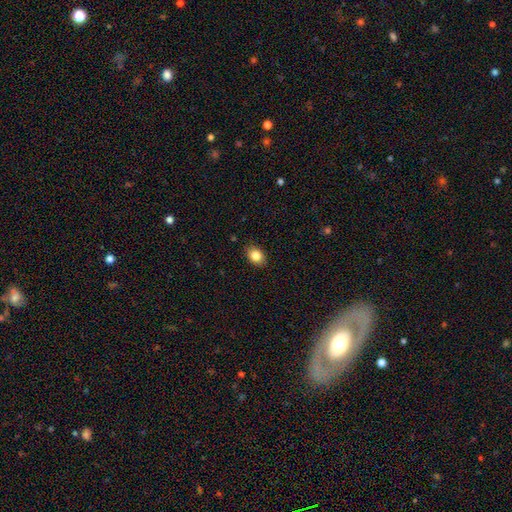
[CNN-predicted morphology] This is clearly a smooth galaxy (84%). How rounded: likely in between (73%). Merging: clearly none (87%).